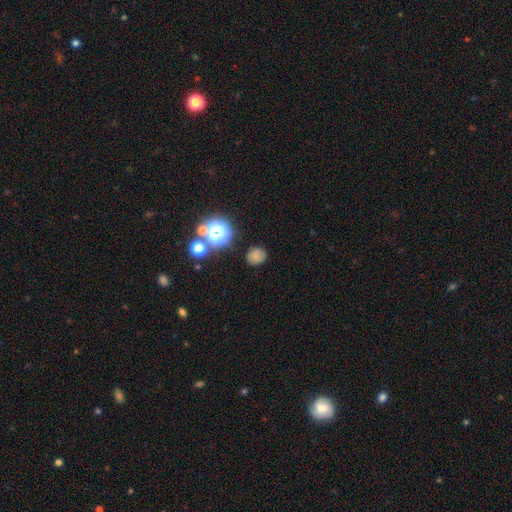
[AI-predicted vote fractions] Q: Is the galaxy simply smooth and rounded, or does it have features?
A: smooth — 71%.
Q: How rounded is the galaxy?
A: round — 71%.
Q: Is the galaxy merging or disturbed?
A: none — 78%.